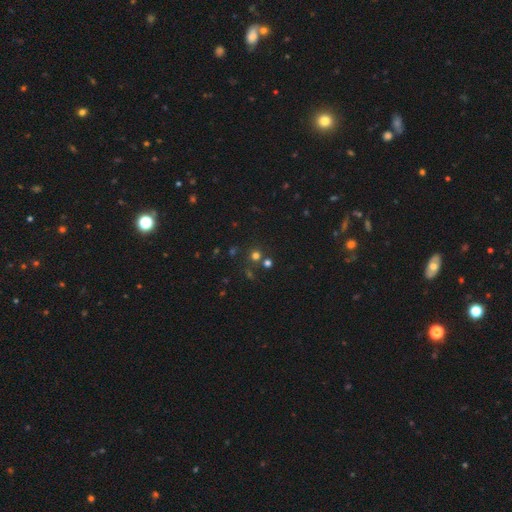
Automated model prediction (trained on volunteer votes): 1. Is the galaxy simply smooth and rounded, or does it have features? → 62% smooth, 31% star or artifact, 8% featured or disk.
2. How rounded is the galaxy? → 92% round, 7% in between, 1% cigar-shaped.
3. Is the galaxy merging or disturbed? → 74% none, 15% merger, 7% minor disturbance, 3% major disturbance.